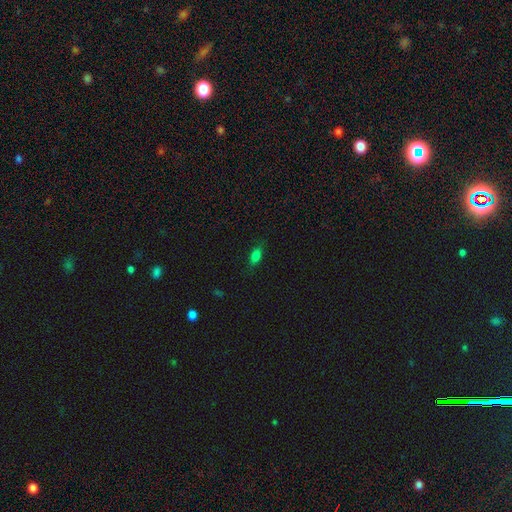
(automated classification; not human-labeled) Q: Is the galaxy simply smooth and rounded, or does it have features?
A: smooth — 78%.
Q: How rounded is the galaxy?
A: in between — 82%.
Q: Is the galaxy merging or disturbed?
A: none — 78%.